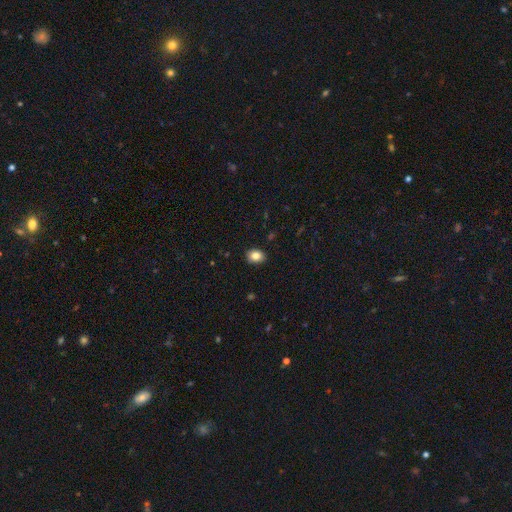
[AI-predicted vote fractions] Morphology: type=smooth (84%); roundness=in between (60%); merging=none (88%).